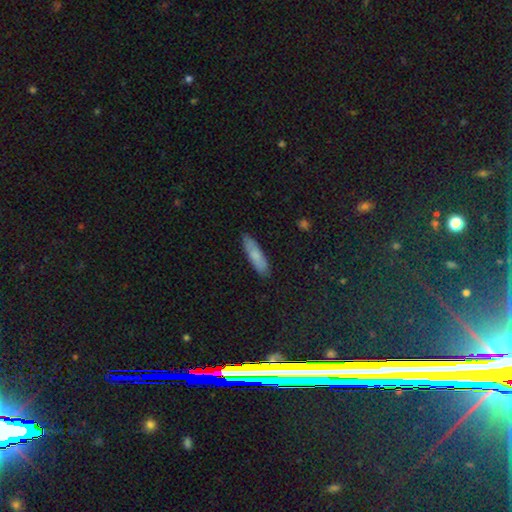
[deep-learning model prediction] This appears to be a smooth galaxy with no disk features (77%) that is cigar-shaped (67%). Merging: none (86%).